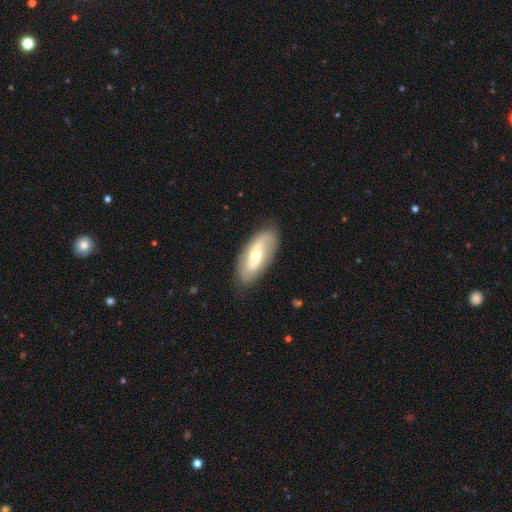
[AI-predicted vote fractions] A featured or disk galaxy (56%). Merging: none (83%).